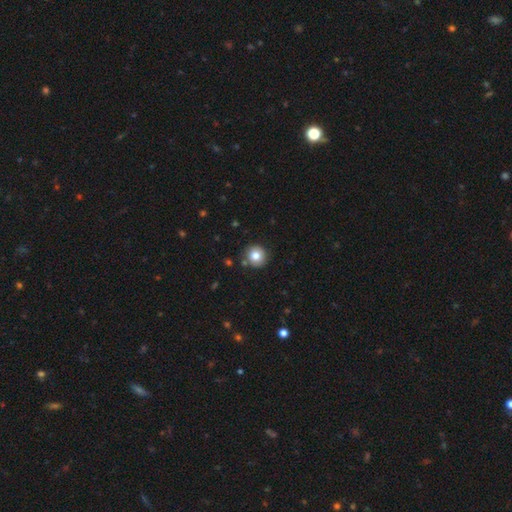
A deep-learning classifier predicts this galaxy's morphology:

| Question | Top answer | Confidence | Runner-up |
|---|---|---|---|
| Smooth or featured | smooth | 80% | star or artifact (10%) |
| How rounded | round | 93% | in between (6%) |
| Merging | none | 86% | minor disturbance (8%) |